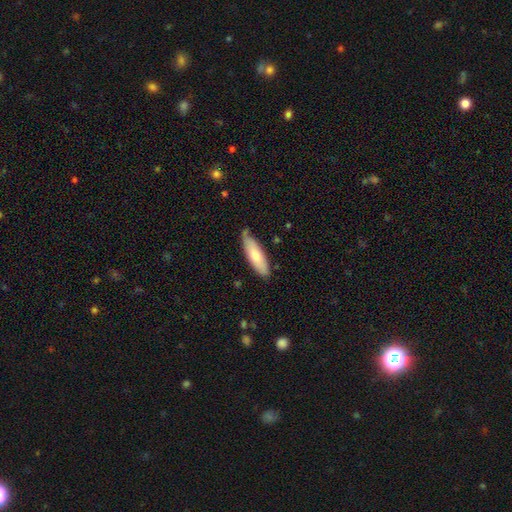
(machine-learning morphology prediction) Overall: smooth (71%). How rounded: cigar-shaped (52%; in between 47%). Merging: none (74%).